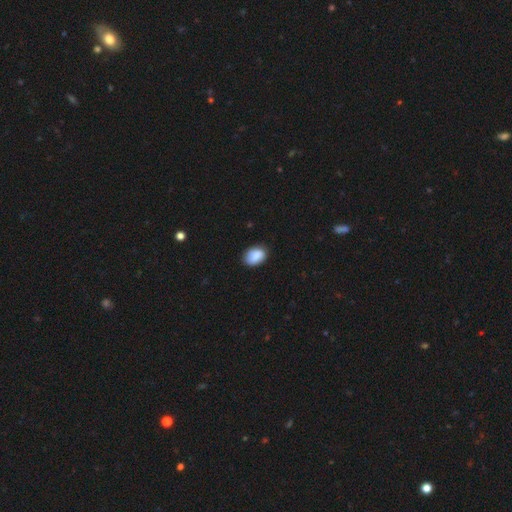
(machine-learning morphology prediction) Q: Smooth or featured?
A: smooth (87%); runner-up: star or artifact (7%)
Q: How rounded?
A: in between (81%); runner-up: round (18%)
Q: Merging?
A: none (77%); runner-up: minor disturbance (19%)